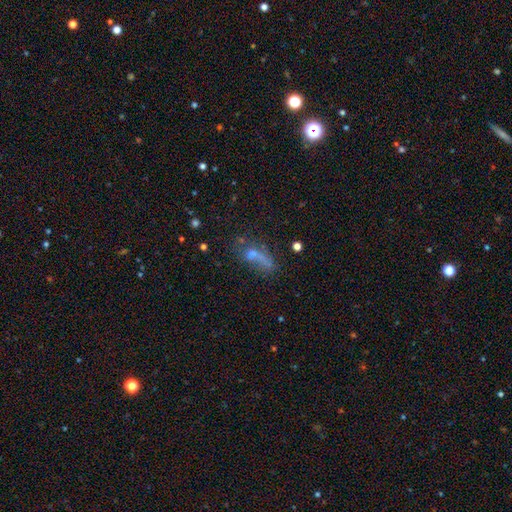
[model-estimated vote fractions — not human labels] This appears to be a smooth galaxy with no disk features (51%) that is in between round and cigar-shaped (59%). Merging: none (33%).